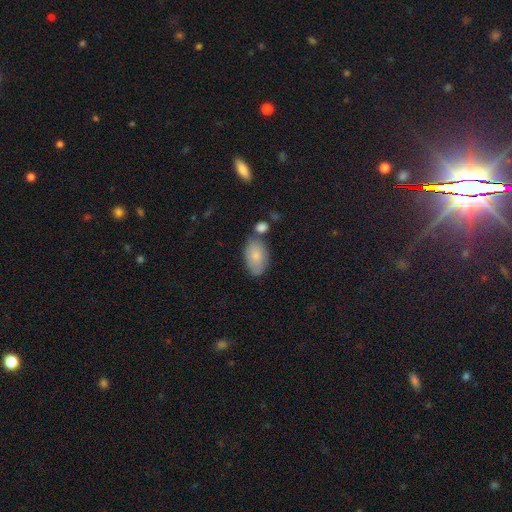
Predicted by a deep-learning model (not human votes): Morphology: type=smooth (79%); roundness=in between (92%); merging=none (63%).